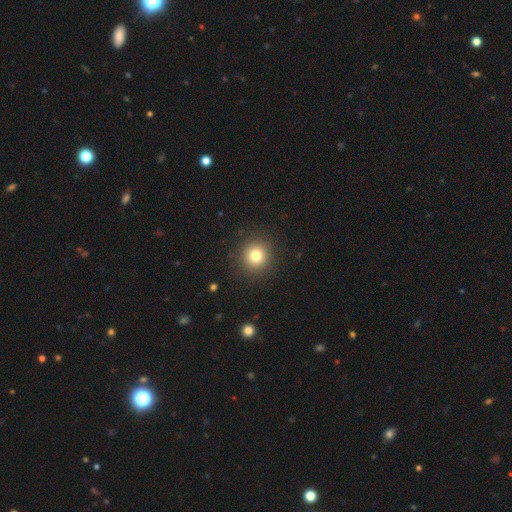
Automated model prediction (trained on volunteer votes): Smooth or featured: smooth — 80% (star or artifact — 12%)
How rounded: round — 93% (in between — 6%)
Merging: none — 91% (minor disturbance — 5%)